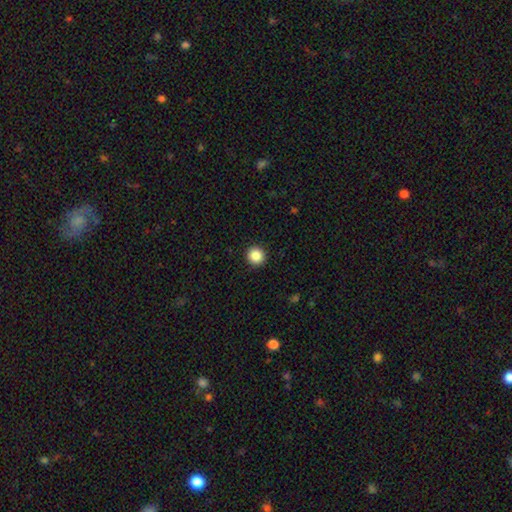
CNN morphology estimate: A smooth galaxy with no disk features (87%) that is round (95%). Merging: none (93%).